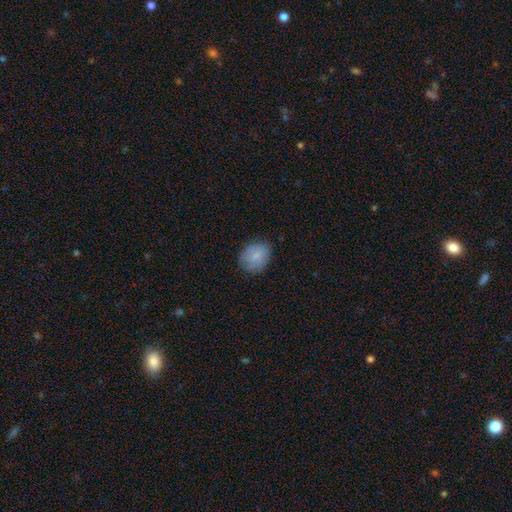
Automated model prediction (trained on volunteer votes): Overall: smooth (80%). How rounded: in between (53%; round 46%). Merging: none (78%).